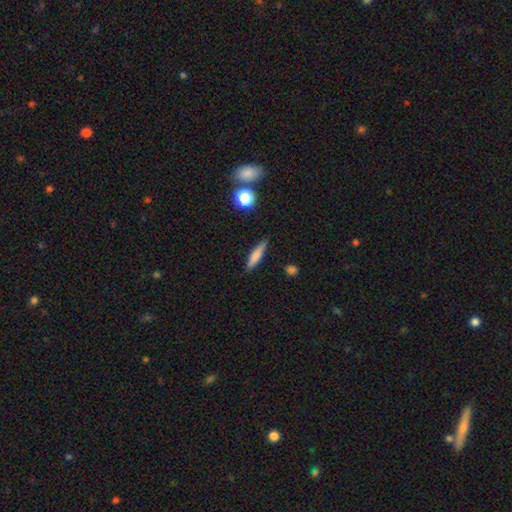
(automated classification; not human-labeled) smooth 72%, featured or disk 20%, star or artifact 8%. Down the decision tree: how rounded — cigar-shaped (82%); merging — none (86%).